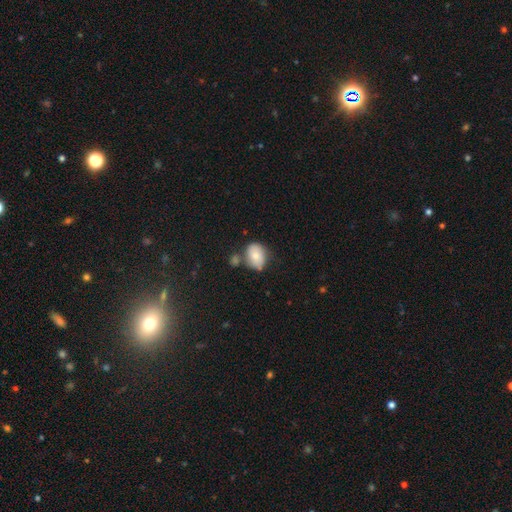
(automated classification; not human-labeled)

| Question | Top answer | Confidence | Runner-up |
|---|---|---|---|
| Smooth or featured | smooth | 75% | featured or disk (17%) |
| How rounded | in between | 63% | round (36%) |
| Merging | none | 51% | minor disturbance (22%) |